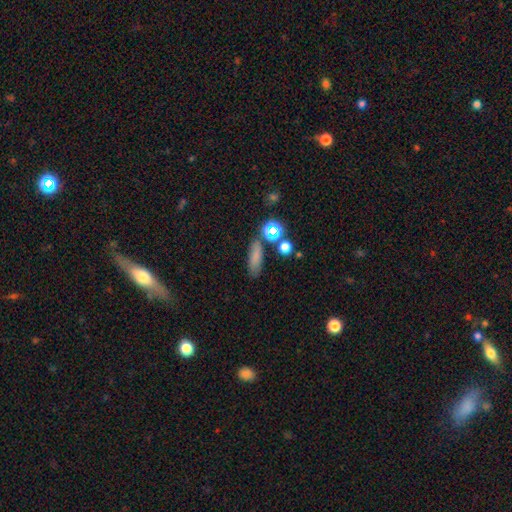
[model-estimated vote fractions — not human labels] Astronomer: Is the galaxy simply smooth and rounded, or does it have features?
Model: smooth — 73%.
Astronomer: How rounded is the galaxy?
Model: in between — 52% (runner-up: cigar-shaped, 38%).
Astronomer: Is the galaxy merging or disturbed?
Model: none — 72%.